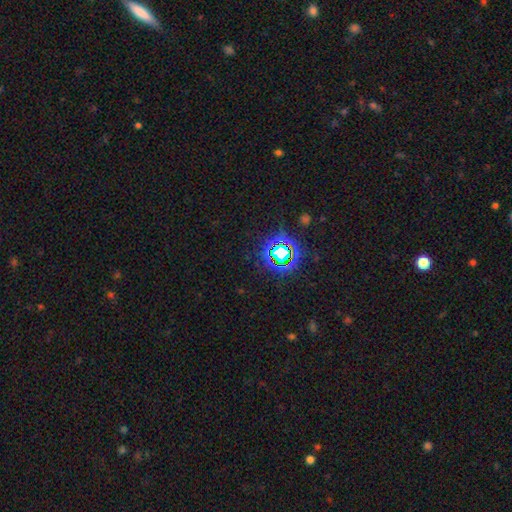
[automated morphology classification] The model was most divided on "smooth or featured": star or artifact: 78%, smooth: 14%, featured or disk: 7%.